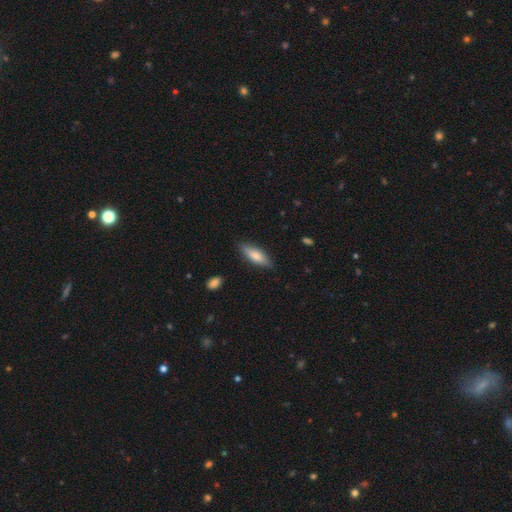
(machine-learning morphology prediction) This is likely a smooth galaxy (73%). How rounded: possibly in between (51%). Merging: clearly none (84%).